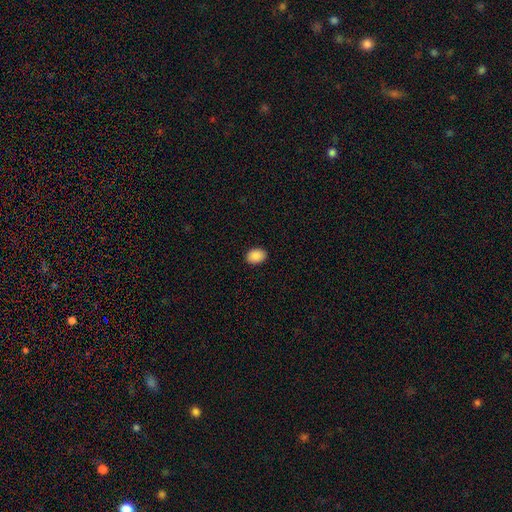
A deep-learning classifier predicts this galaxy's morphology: Smooth or featured? Predicted: smooth (p=0.90). How rounded? Predicted: in between (p=0.73). Merging? Predicted: none (p=0.90).